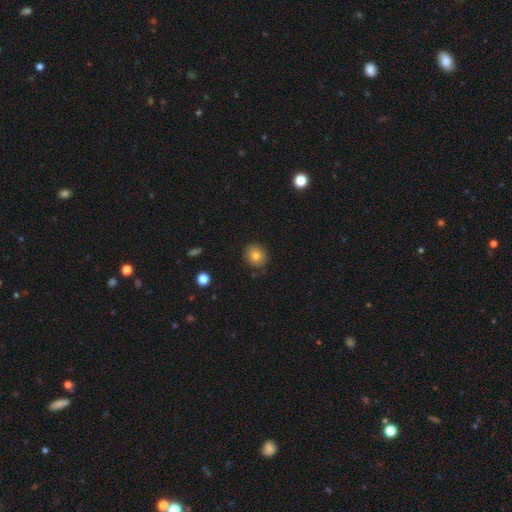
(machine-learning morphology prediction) Q: Smooth or featured?
A: smooth (79%); runner-up: star or artifact (11%)
Q: How rounded?
A: round (80%); runner-up: in between (19%)
Q: Merging?
A: none (86%); runner-up: minor disturbance (10%)